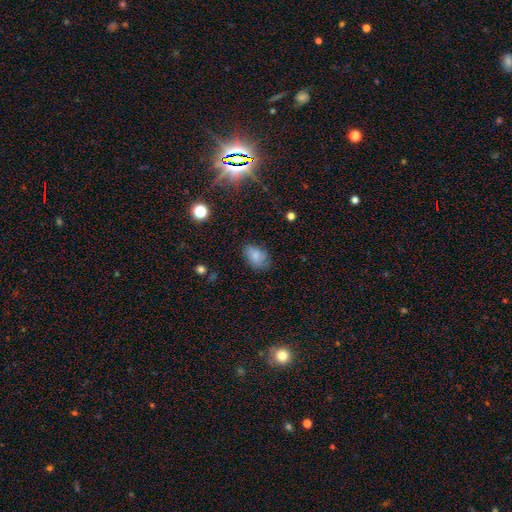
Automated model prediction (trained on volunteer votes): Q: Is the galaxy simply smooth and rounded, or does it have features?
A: smooth — 76%.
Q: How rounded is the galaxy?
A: in between — 87%.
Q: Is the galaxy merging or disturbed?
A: none — 70%.